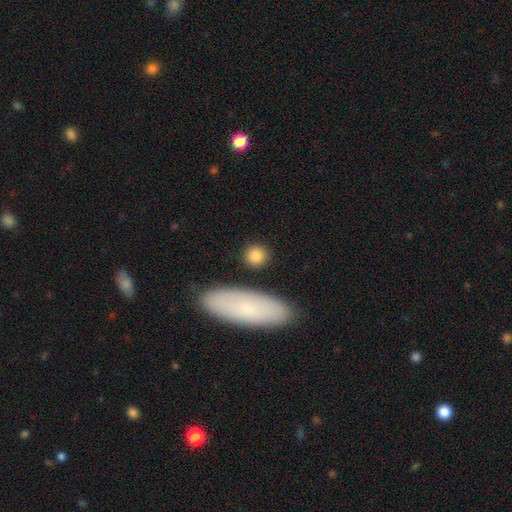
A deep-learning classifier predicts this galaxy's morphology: smooth 86%, star or artifact 7%, featured or disk 7%. Down the decision tree: how rounded — round (89%); merging — none (87%).